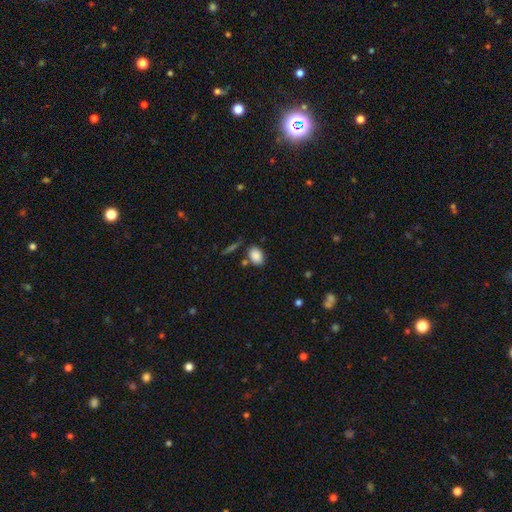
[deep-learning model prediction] Smooth or featured? Predicted: smooth (p=0.87). How rounded? Predicted: in between (p=0.80). Merging? Predicted: none (p=0.72).